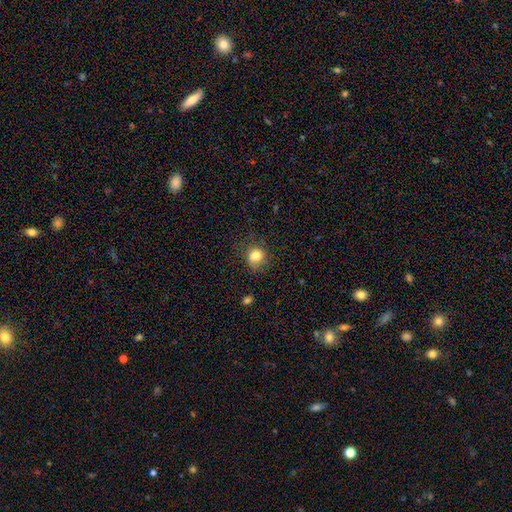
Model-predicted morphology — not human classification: smooth_or_featured: smooth (p=0.82) [alt: star or artifact p=0.11]
how_rounded: round (p=0.76) [alt: in between p=0.23]
merging: none (p=0.67) [alt: minor disturbance p=0.23]